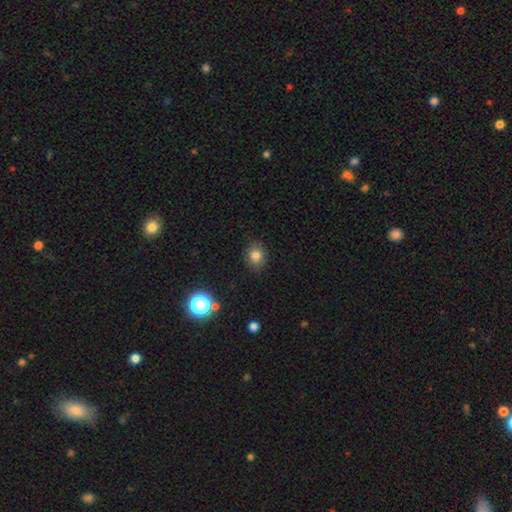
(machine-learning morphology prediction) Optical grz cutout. It shows a smooth galaxy with no disk features (80%) that is round (70%). Merging: none (88%).